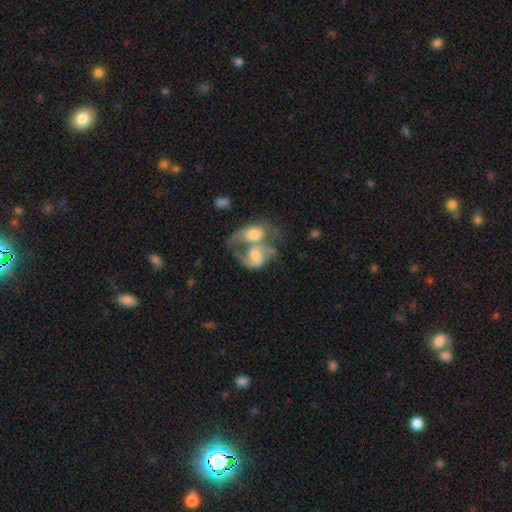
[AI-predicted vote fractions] Smooth or featured?
  - featured or disk: 59% *
  - smooth: 34%
  - star or artifact: 7%
Edge-on disk?
  - no: 97% *
  - yes: 3%
Bar?
  - no: 64% *
  - weak: 30%
  - strong: 6%
Spiral arms?
  - yes: 74% *
  - no: 26%
Bulge size?
  - moderate: 51% *
  - small: 29%
  - large: 11%
  - none: 6%
  - dominant: 2%
Merging?
  - merger: 76% *
  - none: 10%
  - major disturbance: 9%
  - minor disturbance: 6%